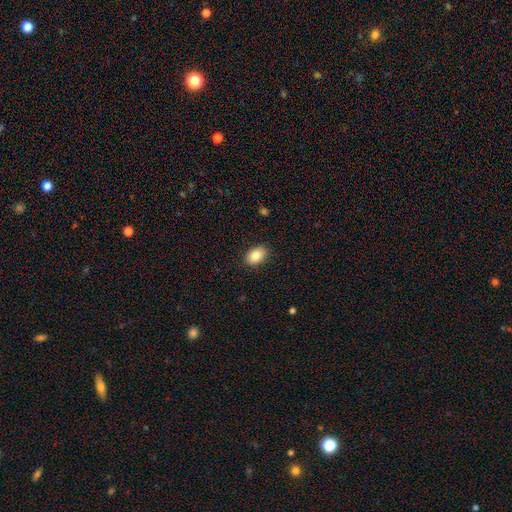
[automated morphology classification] Smooth or featured? smooth (85%)
How rounded? in between (86%)
Merging? none (89%)